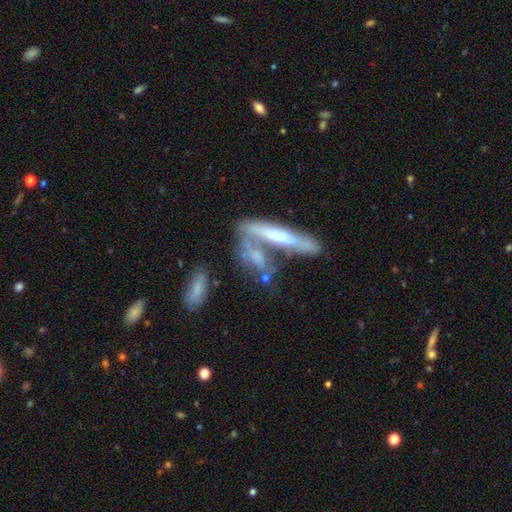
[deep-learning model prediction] smooth-or-featured: featured or disk: 49% | smooth: 42% | star or artifact: 9%
  merging: merger: 45% | none: 30% | minor disturbance: 14% | major disturbance: 12%